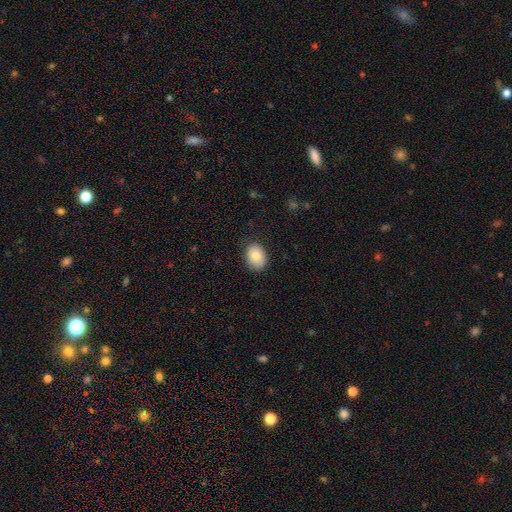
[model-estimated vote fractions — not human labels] smooth-or-featured: smooth: 83% | featured or disk: 9% | star or artifact: 8%
  how-rounded: in between: 66% | round: 33% | cigar-shaped: 1%
  merging: none: 81% | minor disturbance: 15% | major disturbance: 3% | merger: 1%